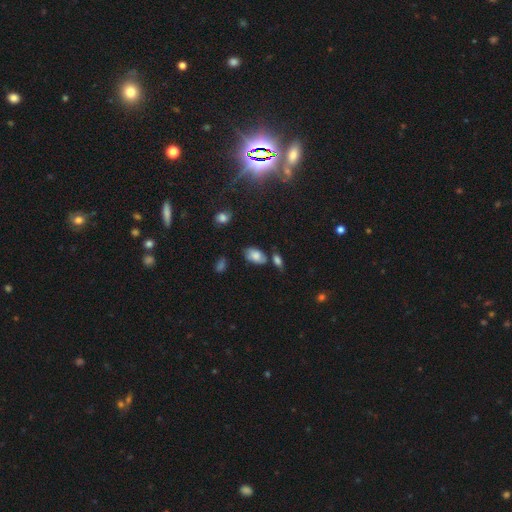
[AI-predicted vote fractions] Q: Smooth or featured?
A: smooth (73%); runner-up: featured or disk (18%)
Q: How rounded?
A: in between (93%); runner-up: round (5%)
Q: Merging?
A: none (58%); runner-up: minor disturbance (19%)